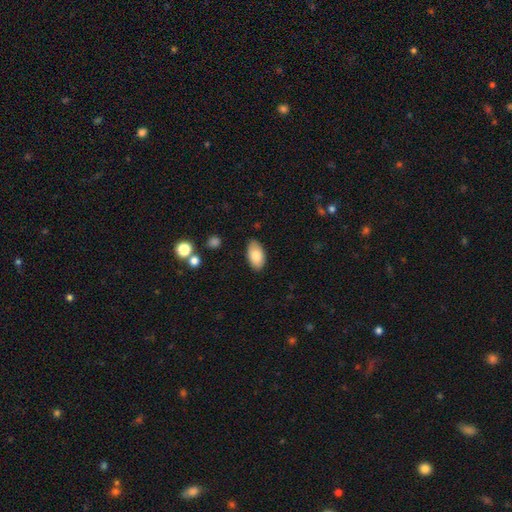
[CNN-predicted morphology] Smooth or featured: smooth — 84% (featured or disk — 9%)
How rounded: in between — 95% (round — 3%)
Merging: none — 84% (minor disturbance — 13%)